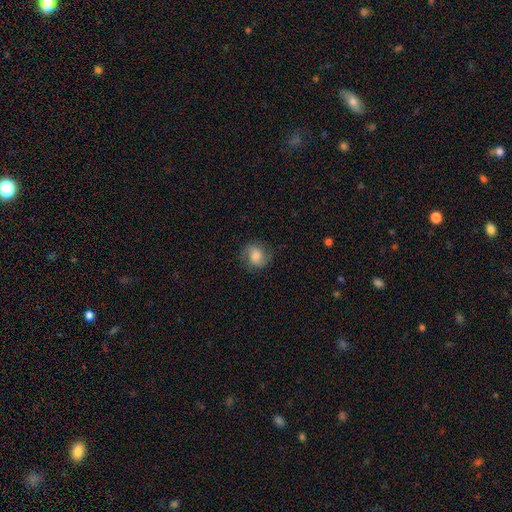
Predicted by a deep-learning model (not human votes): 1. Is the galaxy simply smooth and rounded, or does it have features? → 52% smooth, 38% featured or disk, 10% star or artifact.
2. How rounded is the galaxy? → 74% round, 25% in between, 1% cigar-shaped.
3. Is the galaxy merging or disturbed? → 76% none, 16% minor disturbance, 7% major disturbance, 1% merger.